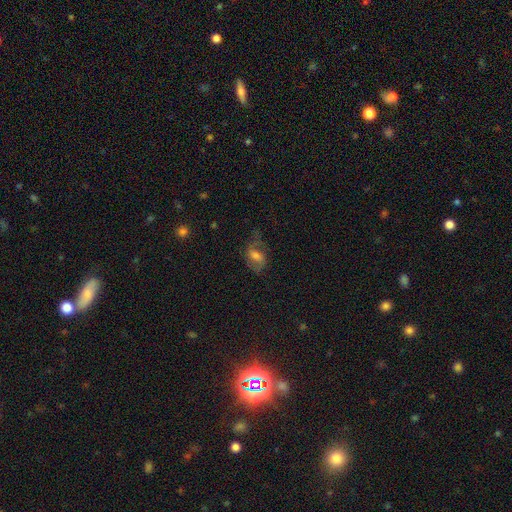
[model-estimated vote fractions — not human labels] Smooth or featured?
  - smooth: 46% *
  - featured or disk: 42%
  - star or artifact: 12%
Merging?
  - none: 49% *
  - minor disturbance: 26%
  - major disturbance: 23%
  - merger: 3%